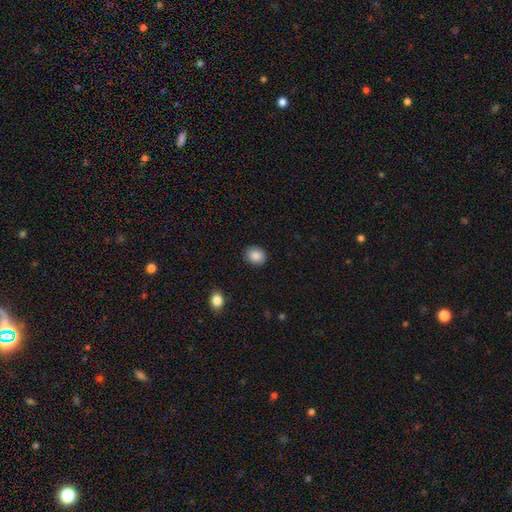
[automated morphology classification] A smooth galaxy with no disk features (88%) that is round (60%).

Vote fractions:
- Smooth or featured? smooth: 88% / star or artifact: 8% / featured or disk: 4%
- How rounded? round: 60% / in between: 39% / cigar-shaped: 1%
- Merging? none: 88% / minor disturbance: 8% / major disturbance: 2% / merger: 1%